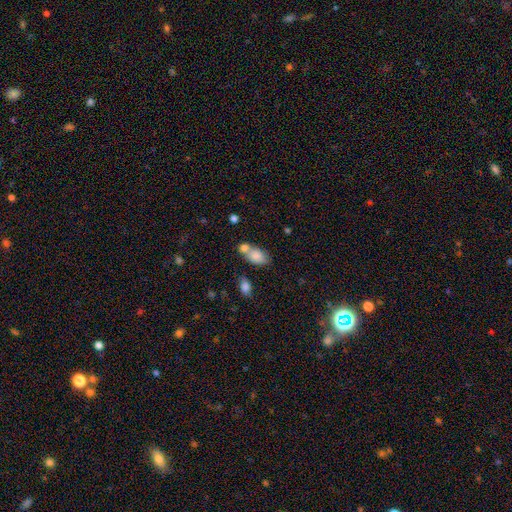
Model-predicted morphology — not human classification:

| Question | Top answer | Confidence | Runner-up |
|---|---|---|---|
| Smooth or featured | smooth | 81% | featured or disk (11%) |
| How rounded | in between | 87% | round (10%) |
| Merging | merger | 44% | none (39%) |